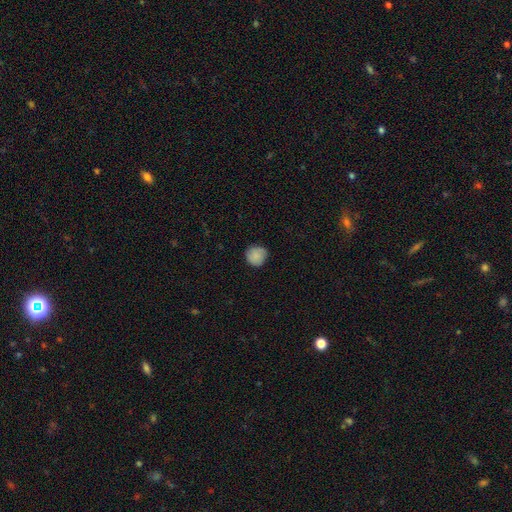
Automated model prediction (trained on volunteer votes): This is clearly a smooth galaxy (85%). How rounded: clearly round (92%). Merging: clearly none (81%).